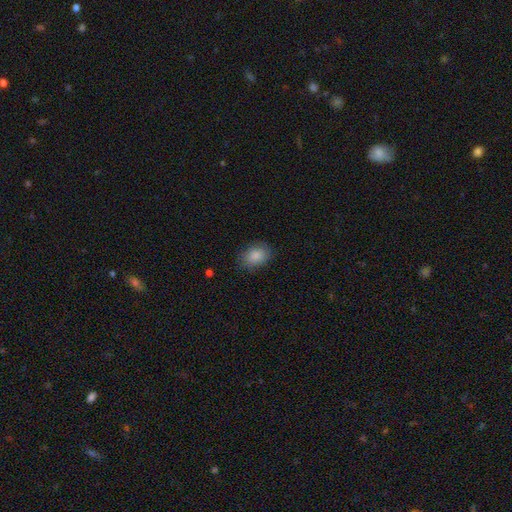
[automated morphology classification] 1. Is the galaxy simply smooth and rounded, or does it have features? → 87% smooth, 7% star or artifact, 6% featured or disk.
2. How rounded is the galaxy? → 74% in between, 25% round, 1% cigar-shaped.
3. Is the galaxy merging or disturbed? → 80% none, 15% minor disturbance, 4% major disturbance, 1% merger.